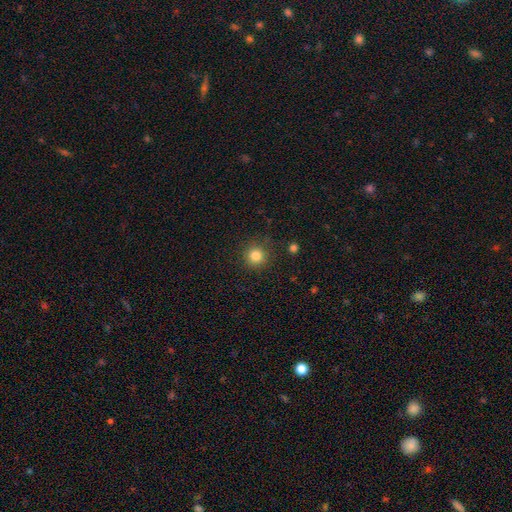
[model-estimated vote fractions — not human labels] smooth_or_featured: smooth (p=0.83) [alt: star or artifact p=0.12]
how_rounded: round (p=0.94) [alt: in between p=0.05]
merging: none (p=0.87) [alt: minor disturbance p=0.08]